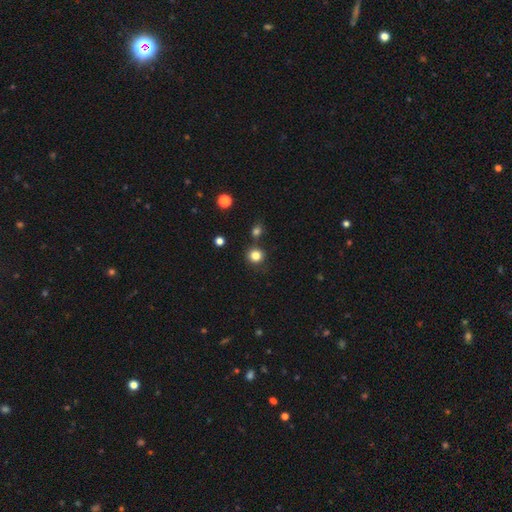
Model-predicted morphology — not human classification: This is clearly a smooth galaxy (83%). How rounded: clearly round (91%). Merging: clearly none (81%).